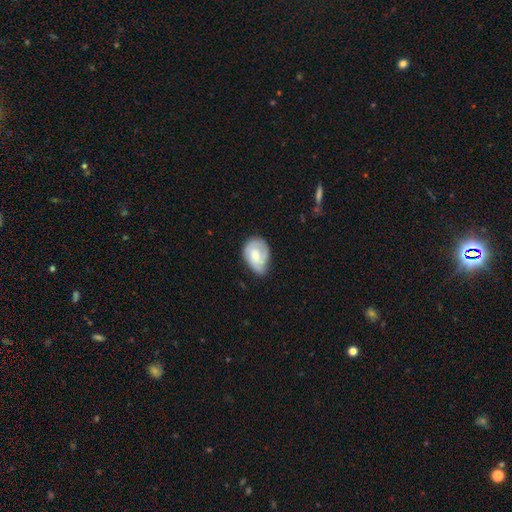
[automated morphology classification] Smooth or featured: featured or disk — 54% (smooth — 39%)
Edge-on disk: no — 97% (yes — 3%)
Bar: no — 65% (weak — 30%)
Spiral arms: yes — 82% (no — 18%)
Bulge size: moderate — 49% (small — 33%)
Merging: none — 52% (minor disturbance — 35%)